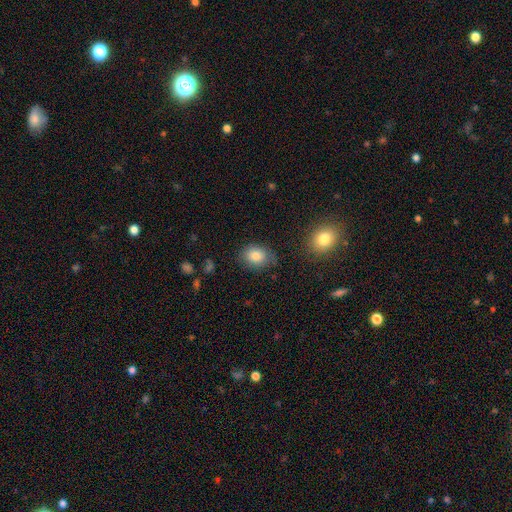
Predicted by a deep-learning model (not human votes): Smooth or featured? Predicted: smooth (p=0.81). How rounded? Predicted: in between (p=0.57). Merging? Predicted: none (p=0.75).